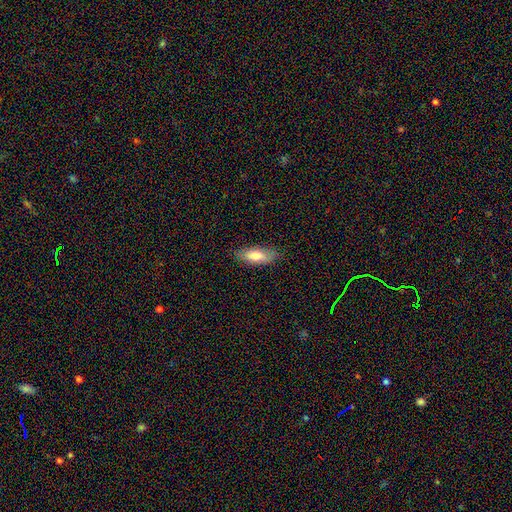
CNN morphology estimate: Smooth or featured? Predicted: smooth (p=0.72). How rounded? Predicted: in between (p=0.75). Merging? Predicted: none (p=0.80).